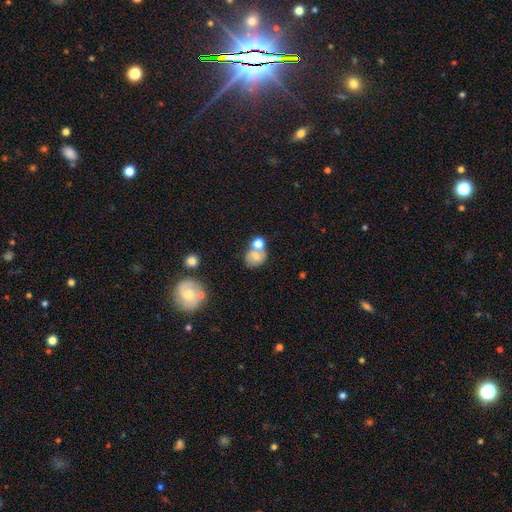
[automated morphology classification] A smooth galaxy with no disk features (63%) that is round (54%). Merging: merger (40%, tied with none).